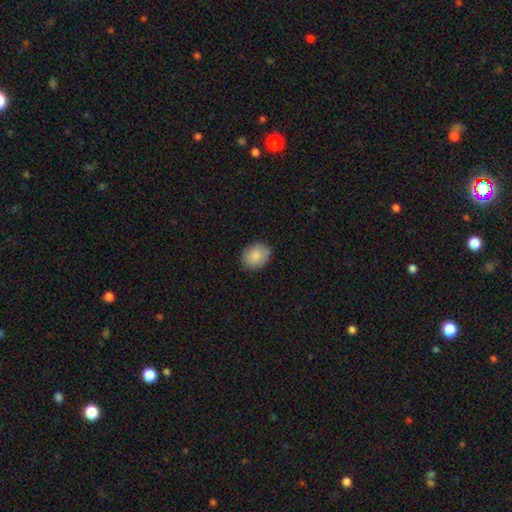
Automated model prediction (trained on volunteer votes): A smooth galaxy with no disk features (87%) that is in between round and cigar-shaped (50%).

Vote fractions:
- Smooth or featured? smooth: 87% / star or artifact: 7% / featured or disk: 6%
- How rounded? in between: 50% / round: 49% / cigar-shaped: 1%
- Merging? none: 86% / minor disturbance: 11% / major disturbance: 2% / merger: 1%